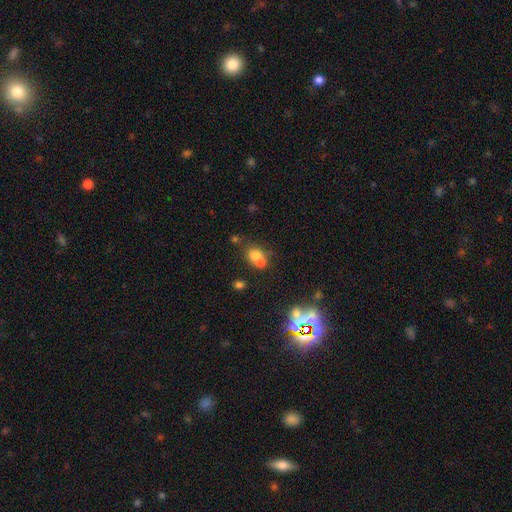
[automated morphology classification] smooth_or_featured: smooth (p=0.71) [alt: featured or disk p=0.15]
how_rounded: round (p=0.67) [alt: in between p=0.31]
merging: merger (p=0.55) [alt: none p=0.33]